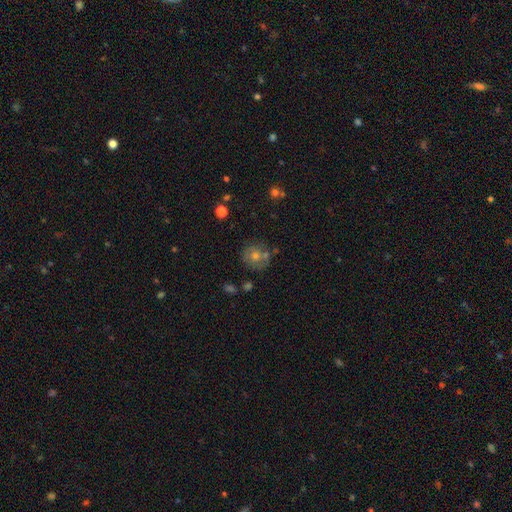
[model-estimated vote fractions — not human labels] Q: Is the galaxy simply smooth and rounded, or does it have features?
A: smooth — 50%.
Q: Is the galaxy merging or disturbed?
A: none — 74%.